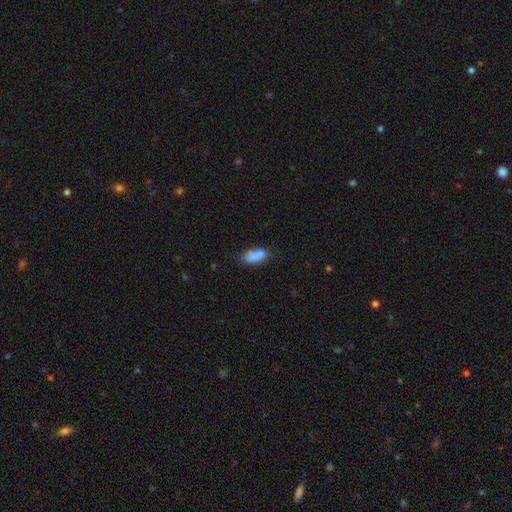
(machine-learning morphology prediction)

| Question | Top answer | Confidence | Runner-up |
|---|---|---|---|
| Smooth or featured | smooth | 80% | featured or disk (11%) |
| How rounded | in between | 84% | cigar-shaped (12%) |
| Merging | none | 55% | minor disturbance (23%) |